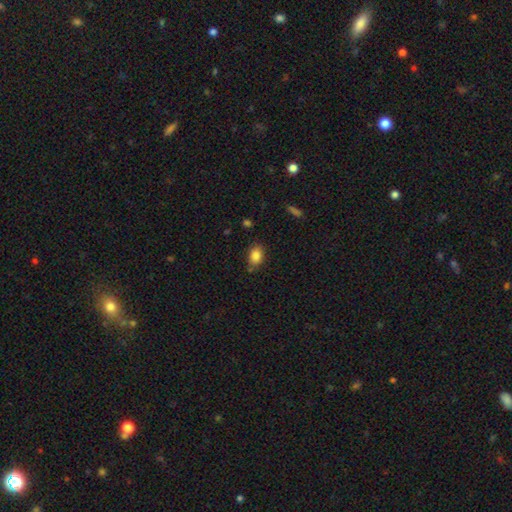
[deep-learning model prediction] A smooth galaxy with no disk features (85%) that is in between round and cigar-shaped (79%).

Vote fractions:
- Smooth or featured? smooth: 85% / star or artifact: 9% / featured or disk: 6%
- How rounded? in between: 79% / round: 19% / cigar-shaped: 2%
- Merging? none: 75% / minor disturbance: 18% / merger: 4% / major disturbance: 4%